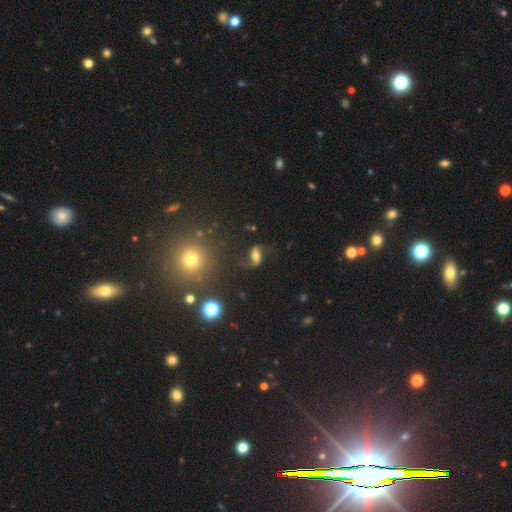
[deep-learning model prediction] This appears to be a featured or disk galaxy (62%) with a weak bar (35%, tied with no), spiral arms (87%) and a moderate central bulge (50%). Merging: none (70%).